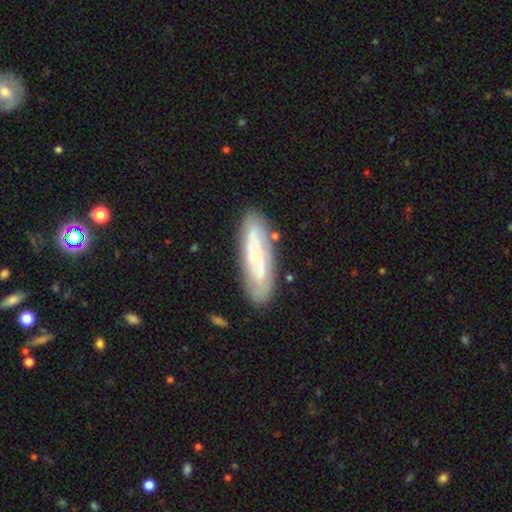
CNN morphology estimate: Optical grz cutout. It shows a featured or disk galaxy (60%). Merging: none (79%).